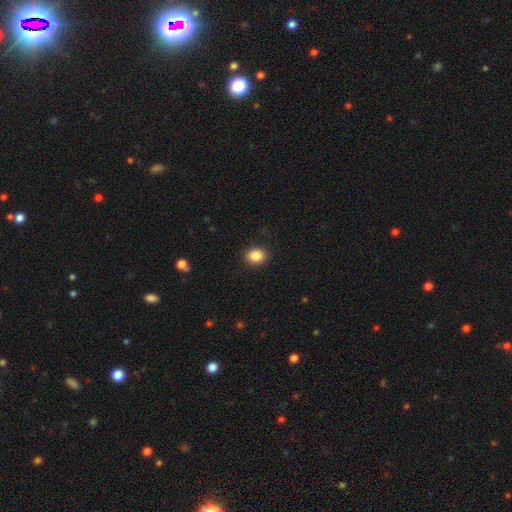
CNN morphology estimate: type=smooth (87%); roundness=round (52%); merging=none (90%).